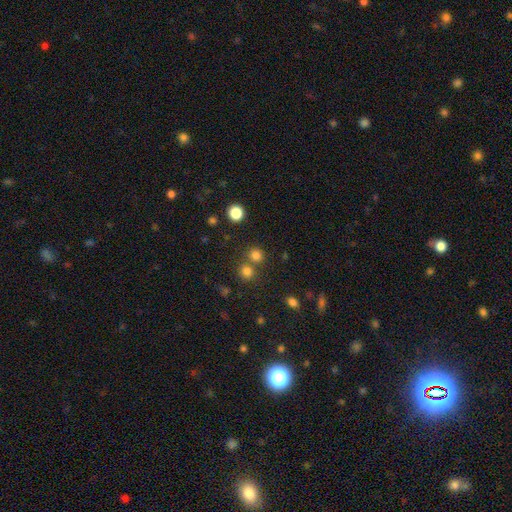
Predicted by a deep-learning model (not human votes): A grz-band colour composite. It shows a smooth galaxy with no disk features (78%) that is round (88%). Merging: none (68%).